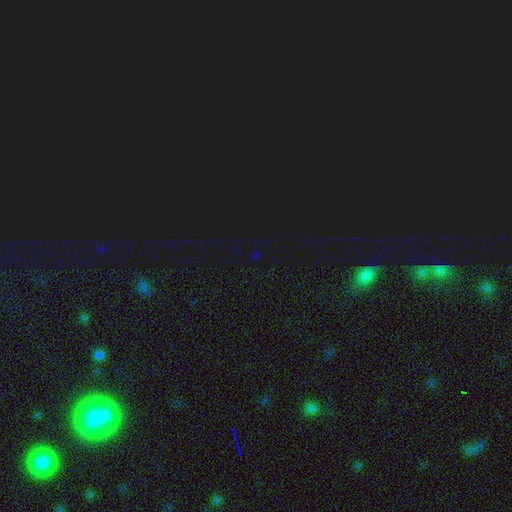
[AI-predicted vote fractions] Overall: star or artifact (76%).